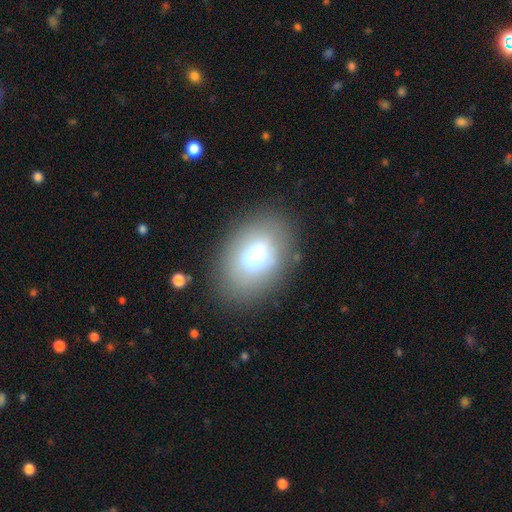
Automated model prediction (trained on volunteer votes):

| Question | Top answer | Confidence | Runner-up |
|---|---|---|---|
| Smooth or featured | smooth | 69% | featured or disk (20%) |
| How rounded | in between | 81% | round (18%) |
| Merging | none | 81% | minor disturbance (12%) |